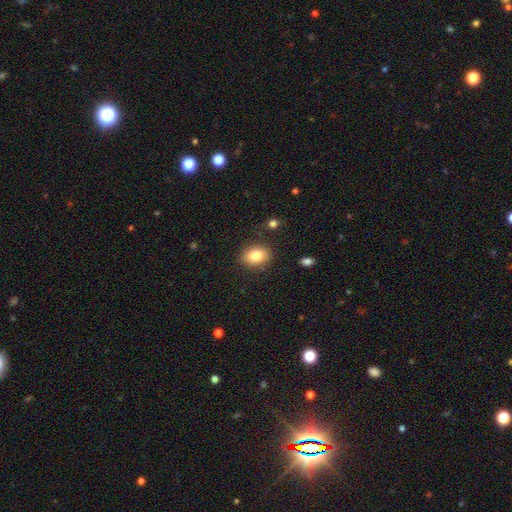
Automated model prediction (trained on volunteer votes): Smooth or featured? Predicted: smooth (p=0.83). How rounded? Predicted: in between (p=0.68). Merging? Predicted: none (p=0.85).